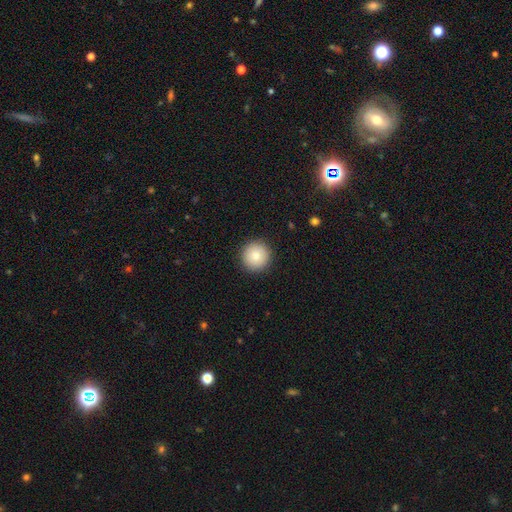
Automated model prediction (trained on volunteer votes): smooth-or-featured: smooth: 83% | star or artifact: 9% | featured or disk: 8%
  how-rounded: round: 96% | in between: 3% | cigar-shaped: 1%
  merging: none: 92% | minor disturbance: 5% | major disturbance: 2% | merger: 1%